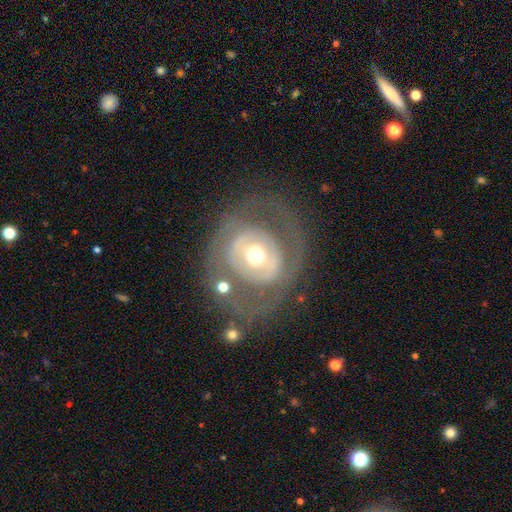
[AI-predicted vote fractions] Overall: featured or disk (65%; smooth 28%). Edge-on disk: no (95%). Bar: no (65%). Spiral arms: no (70%; yes 30%). Bulge size: moderate (67%). Merging: none (67%).